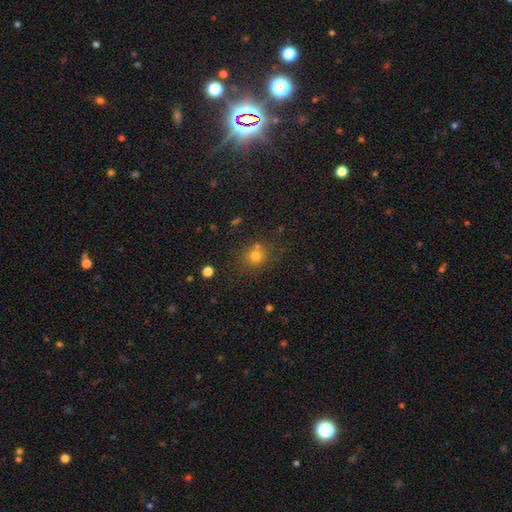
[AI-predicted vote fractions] smooth_or_featured: smooth (p=0.74) [alt: star or artifact p=0.17]
how_rounded: round (p=0.82) [alt: in between p=0.17]
merging: none (p=0.69) [alt: merger p=0.14]